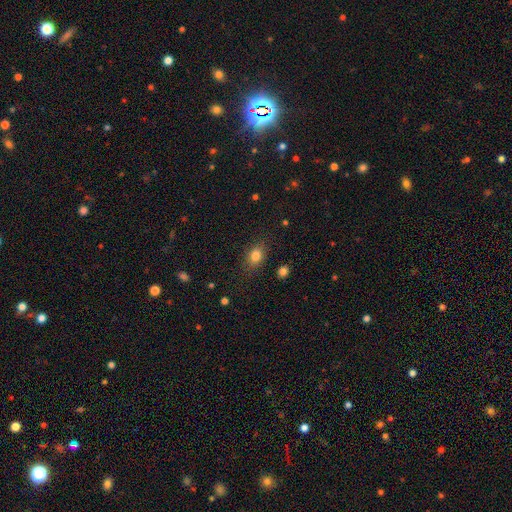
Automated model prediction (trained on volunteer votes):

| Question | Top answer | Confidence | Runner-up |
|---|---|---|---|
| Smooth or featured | smooth | 81% | star or artifact (11%) |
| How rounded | in between | 66% | round (32%) |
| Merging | none | 81% | minor disturbance (14%) |